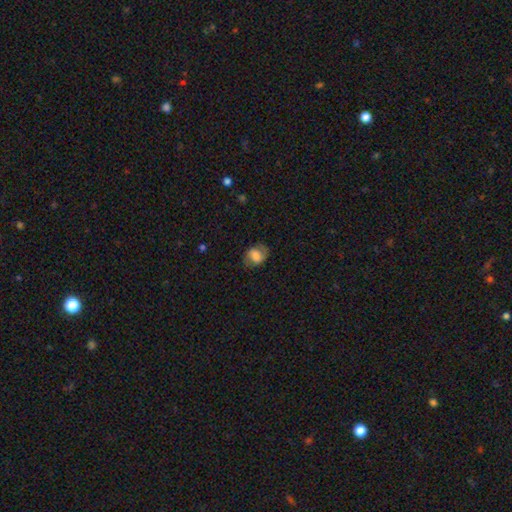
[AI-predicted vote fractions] Smooth or featured? smooth (51%)
How rounded? in between (63%)
Merging? none (70%)